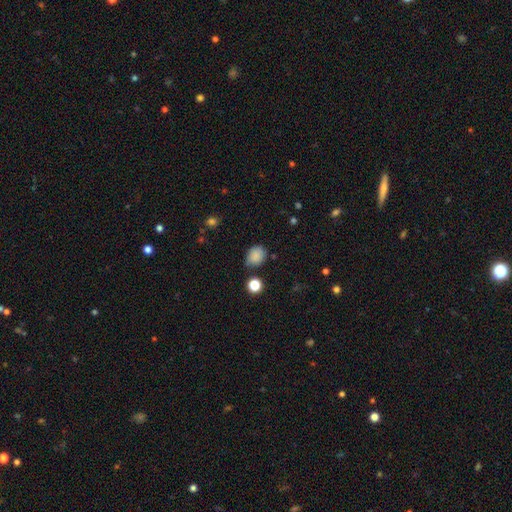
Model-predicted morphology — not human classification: This appears to be a smooth galaxy with no disk features (84%) that is in between round and cigar-shaped (51%). Merging: none (67%).